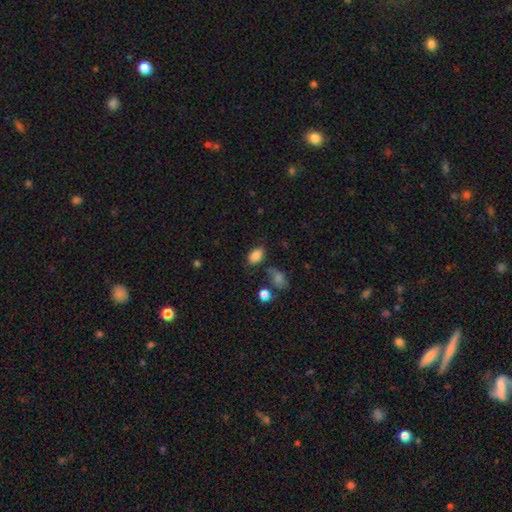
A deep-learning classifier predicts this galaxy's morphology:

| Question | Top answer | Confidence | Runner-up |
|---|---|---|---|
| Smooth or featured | smooth | 85% | star or artifact (10%) |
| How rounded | in between | 85% | round (14%) |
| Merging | none | 71% | minor disturbance (18%) |